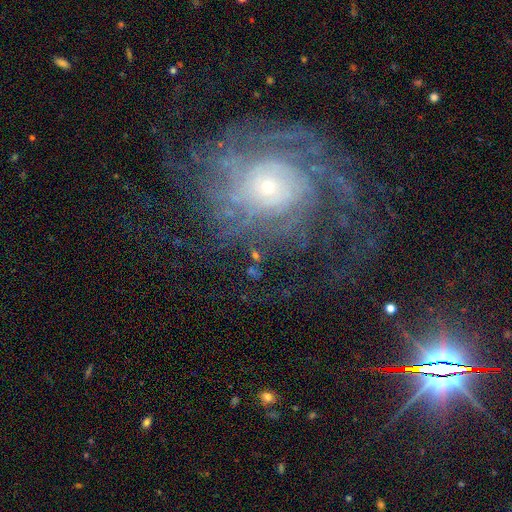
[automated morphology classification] A featured or disk galaxy (65%) with no bar (72%), tight (69%) spiral arms (87%) and a small central bulge (68%). Merging: none (71%).